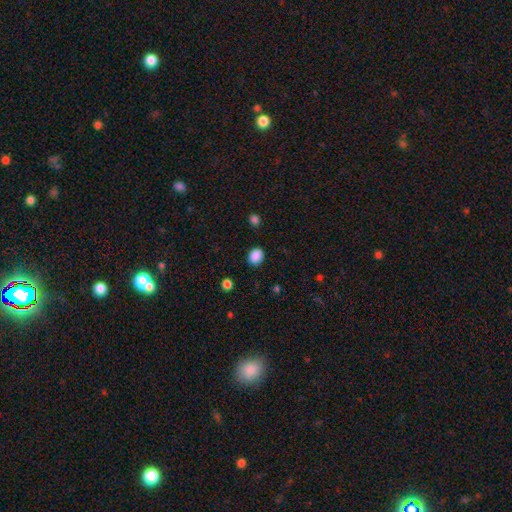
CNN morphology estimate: Overall: smooth (88%). How rounded: round (51%; in between 48%). Merging: none (87%).